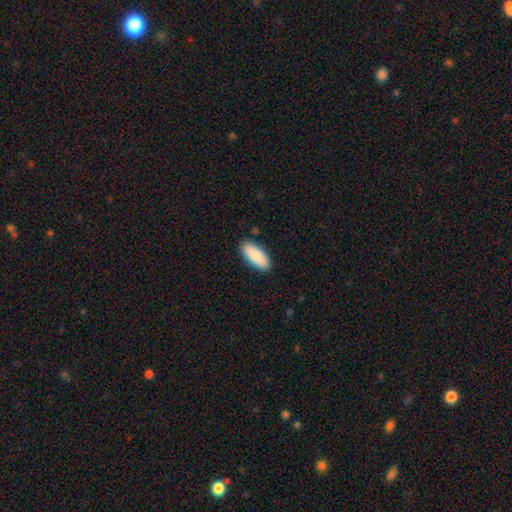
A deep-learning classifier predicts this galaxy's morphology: Smooth or featured? Predicted: smooth (p=0.90). How rounded? Predicted: in between (p=0.85). Merging? Predicted: none (p=0.89).